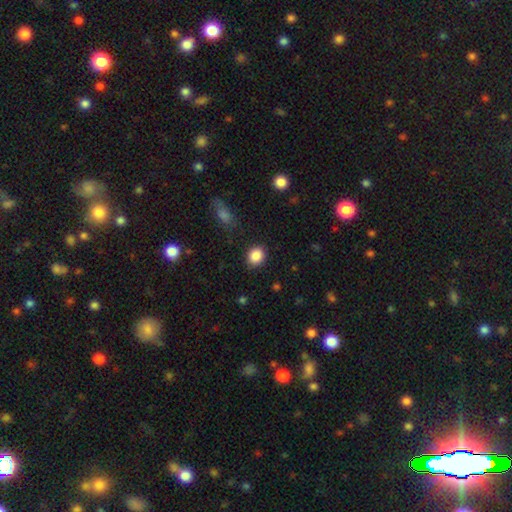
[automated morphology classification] Q: Smooth or featured?
A: smooth (87%); runner-up: star or artifact (9%)
Q: How rounded?
A: round (65%); runner-up: in between (34%)
Q: Merging?
A: none (86%); runner-up: minor disturbance (10%)